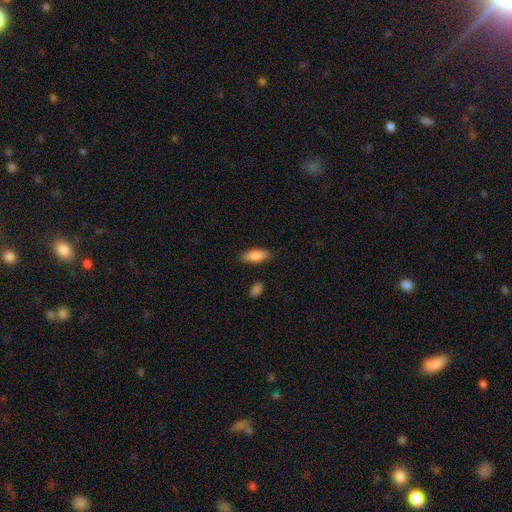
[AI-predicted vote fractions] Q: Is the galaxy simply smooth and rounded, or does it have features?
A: smooth — 82%.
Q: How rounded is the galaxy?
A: in between — 74%.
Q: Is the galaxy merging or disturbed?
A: none — 84%.